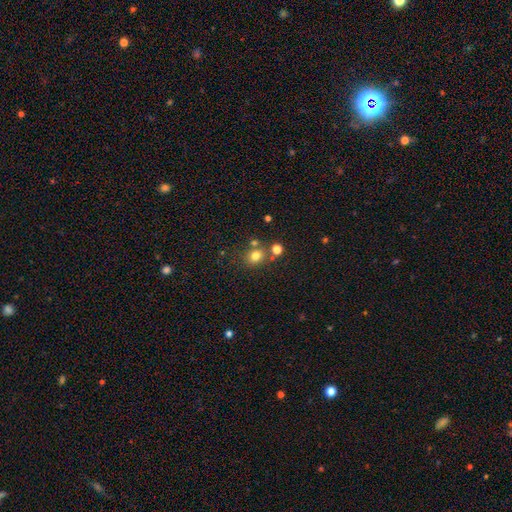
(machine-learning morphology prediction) A smooth galaxy with no disk features (75%) that is round (73%).

Vote fractions:
- Smooth or featured? smooth: 75% / star or artifact: 16% / featured or disk: 9%
- How rounded? round: 73% / in between: 26% / cigar-shaped: 1%
- Merging? none: 67% / merger: 18% / minor disturbance: 11% / major disturbance: 4%